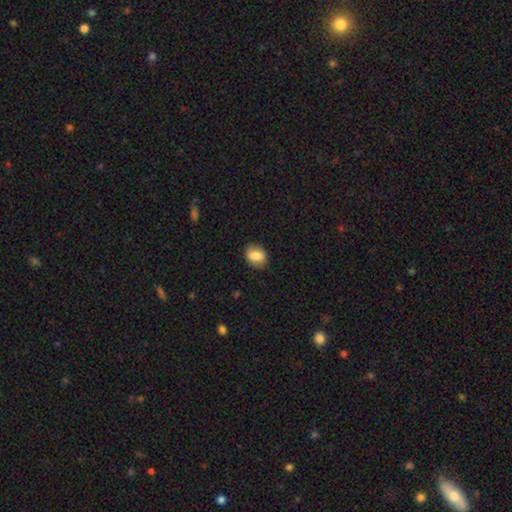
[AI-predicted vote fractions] Smooth or featured: smooth — 82% (featured or disk — 10%)
How rounded: in between — 66% (round — 33%)
Merging: none — 87% (minor disturbance — 9%)